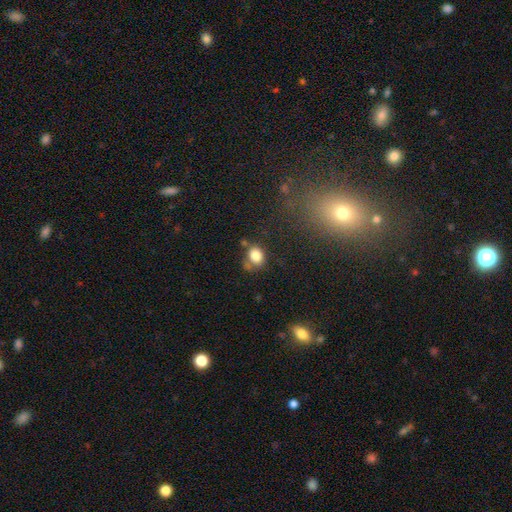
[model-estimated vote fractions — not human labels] Overall: smooth (83%). How rounded: in between (53%; round 46%). Merging: none (61%).